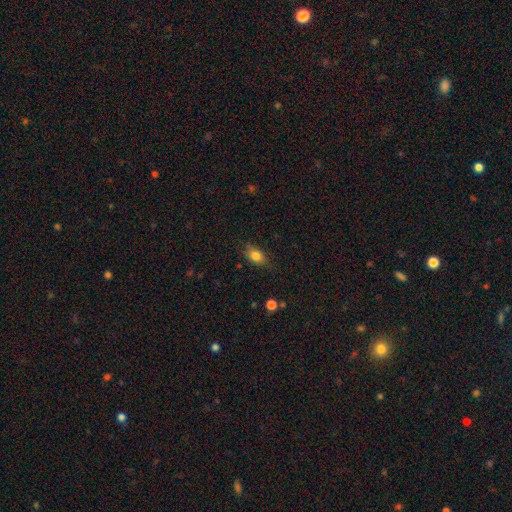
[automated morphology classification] Q: Smooth or featured?
A: smooth (80%); runner-up: featured or disk (10%)
Q: How rounded?
A: in between (79%); runner-up: round (17%)
Q: Merging?
A: none (77%); runner-up: minor disturbance (18%)